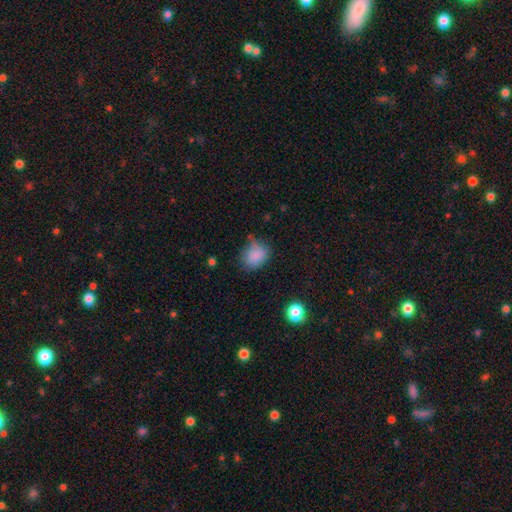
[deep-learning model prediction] Q: Smooth or featured?
A: smooth (83%); runner-up: star or artifact (10%)
Q: How rounded?
A: in between (55%); runner-up: round (44%)
Q: Merging?
A: none (56%); runner-up: minor disturbance (31%)